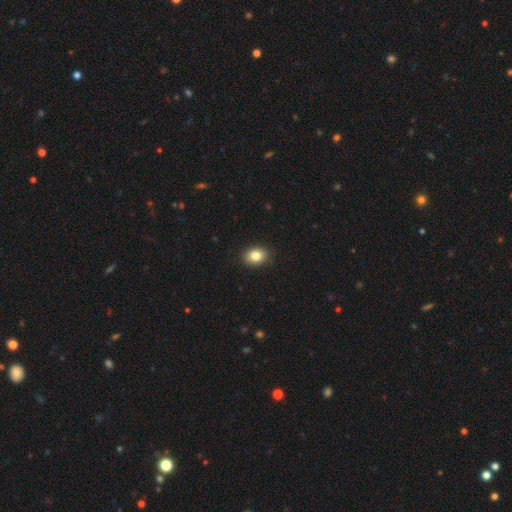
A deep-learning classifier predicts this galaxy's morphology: type=smooth (84%); roundness=in between (64%); merging=none (90%).